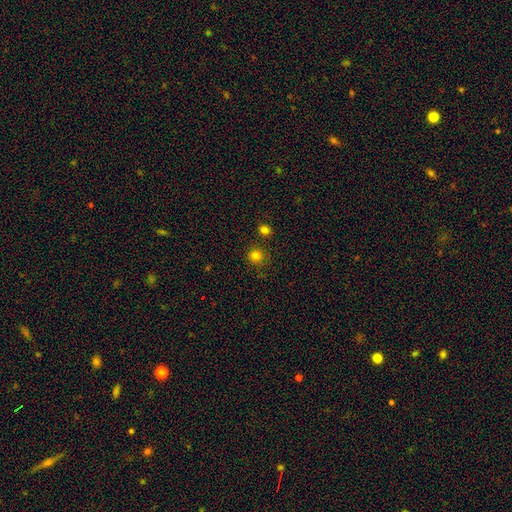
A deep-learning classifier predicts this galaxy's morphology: Smooth or featured: smooth — 81% (star or artifact — 15%)
How rounded: round — 91% (in between — 8%)
Merging: none — 81% (minor disturbance — 10%)